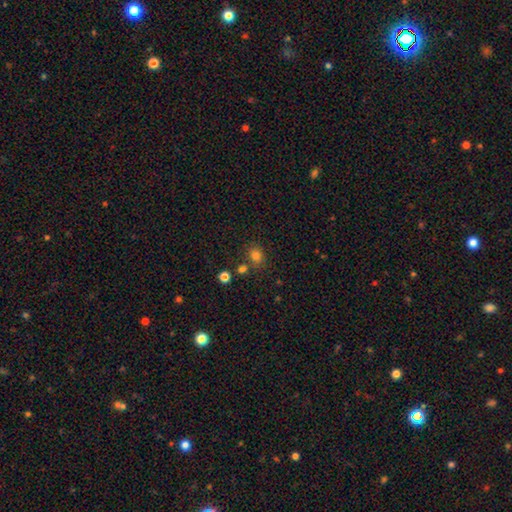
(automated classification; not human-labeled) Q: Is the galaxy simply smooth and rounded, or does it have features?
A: smooth — 79%.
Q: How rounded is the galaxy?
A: round — 63%.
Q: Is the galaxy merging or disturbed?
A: none — 72%.